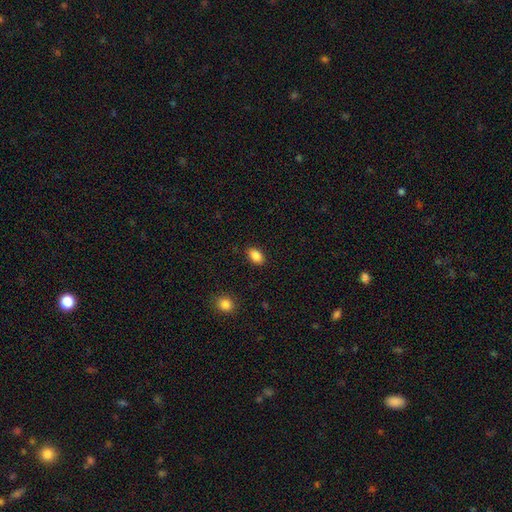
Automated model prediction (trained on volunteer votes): Smooth or featured: smooth — 87% (star or artifact — 8%)
How rounded: in between — 88% (round — 10%)
Merging: none — 87% (minor disturbance — 9%)